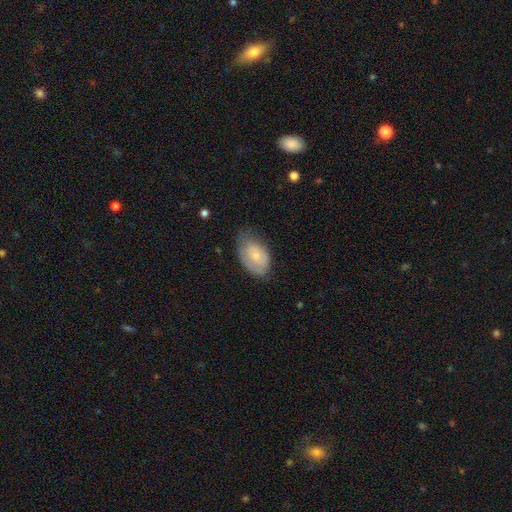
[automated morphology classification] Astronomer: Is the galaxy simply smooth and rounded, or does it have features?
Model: smooth — 66%.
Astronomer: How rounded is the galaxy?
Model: in between — 90%.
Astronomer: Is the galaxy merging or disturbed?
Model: none — 50% (runner-up: minor disturbance, 37%).